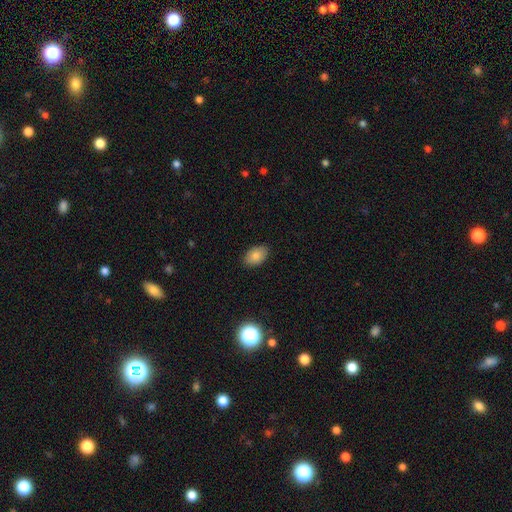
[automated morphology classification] smooth 82%, star or artifact 9%, featured or disk 9%. Down the decision tree: how rounded — in between (87%); merging — none (87%).